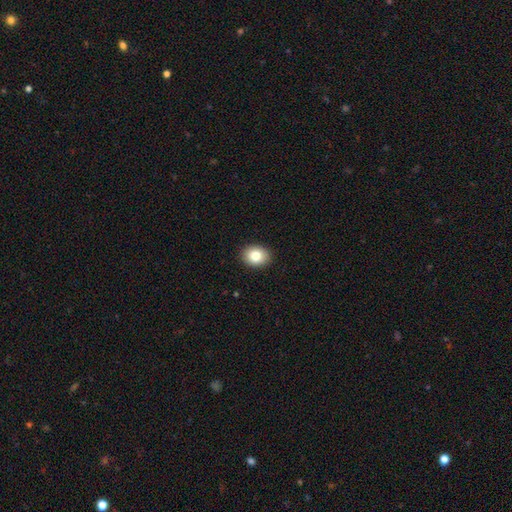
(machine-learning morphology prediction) Smooth or featured?
  - smooth: 81% *
  - featured or disk: 10%
  - star or artifact: 9%
How rounded?
  - in between: 55% *
  - round: 44%
  - cigar-shaped: 1%
Merging?
  - none: 91% *
  - minor disturbance: 6%
  - major disturbance: 2%
  - merger: 1%